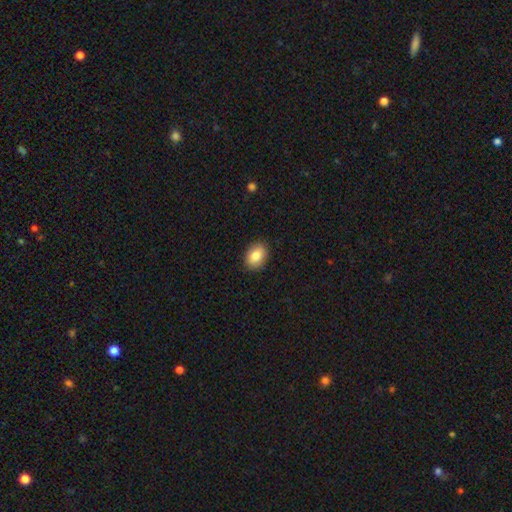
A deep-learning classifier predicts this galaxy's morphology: Smooth or featured? Predicted: smooth (p=0.84). How rounded? Predicted: in between (p=0.74). Merging? Predicted: none (p=0.89).